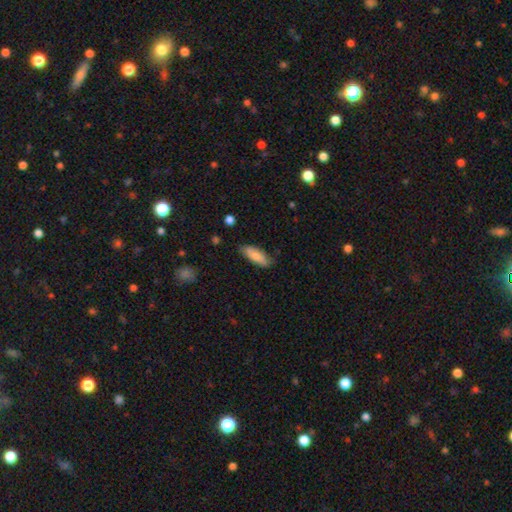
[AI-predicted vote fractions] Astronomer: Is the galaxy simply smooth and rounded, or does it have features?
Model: smooth — 79%.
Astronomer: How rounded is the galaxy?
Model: in between — 67%.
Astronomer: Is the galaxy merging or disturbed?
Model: none — 78%.